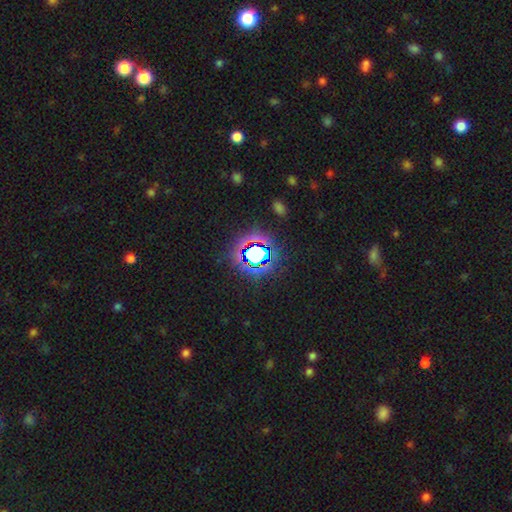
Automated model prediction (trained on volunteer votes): Q: Smooth or featured?
A: star or artifact (70%); runner-up: smooth (20%)